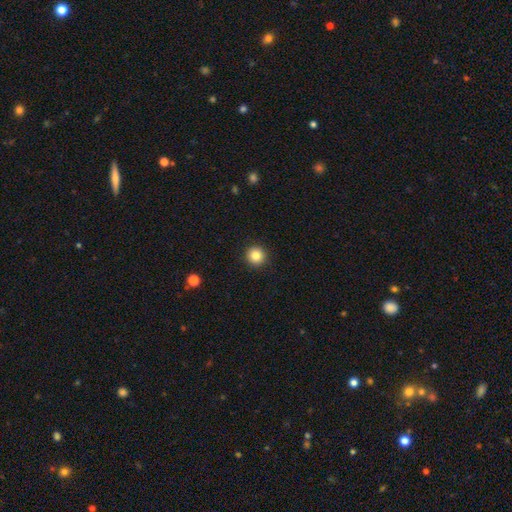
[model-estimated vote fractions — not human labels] Q: Smooth or featured?
A: smooth (84%); runner-up: star or artifact (10%)
Q: How rounded?
A: round (95%); runner-up: in between (4%)
Q: Merging?
A: none (93%); runner-up: minor disturbance (5%)